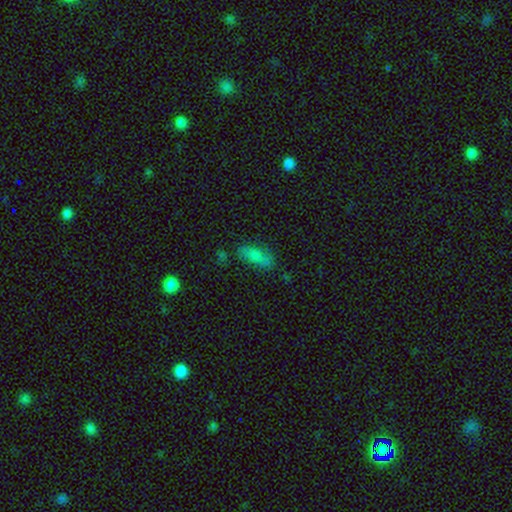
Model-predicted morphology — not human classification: Smooth or featured? smooth (78%)
How rounded? in between (78%)
Merging? none (70%)